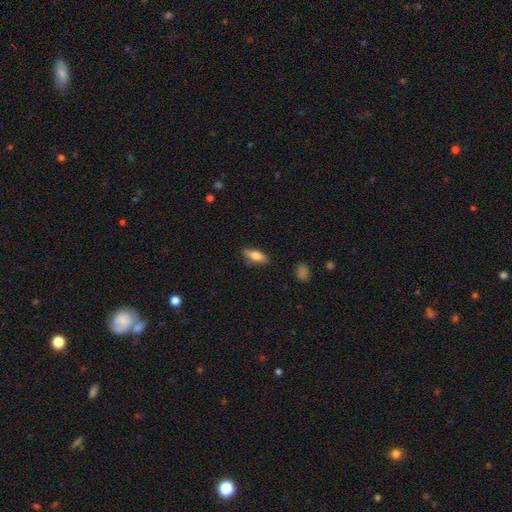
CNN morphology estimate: Smooth or featured? smooth (73%)
How rounded? in between (71%)
Merging? none (84%)